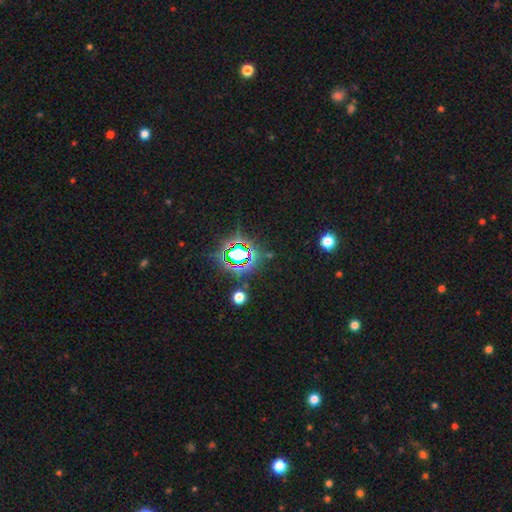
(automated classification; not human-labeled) A star or artifact, not a galaxy (81%).

Vote fractions:
- Smooth or featured? star or artifact: 81% / smooth: 12% / featured or disk: 7%